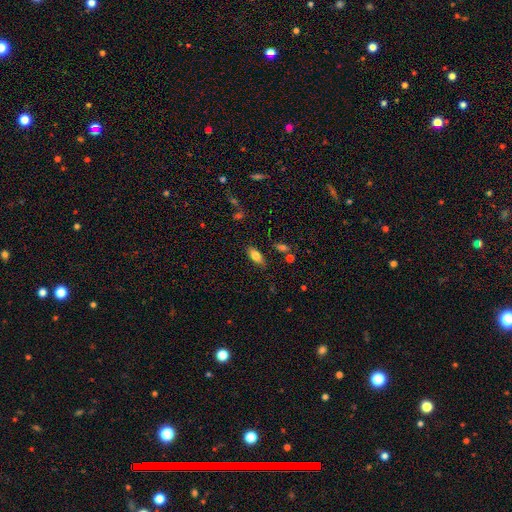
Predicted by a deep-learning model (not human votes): A smooth galaxy with no disk features (80%) that is in between round and cigar-shaped (86%).

Vote fractions:
- Smooth or featured? smooth: 80% / featured or disk: 12% / star or artifact: 8%
- How rounded? in between: 86% / cigar-shaped: 11% / round: 3%
- Merging? none: 79% / minor disturbance: 15% / major disturbance: 3% / merger: 2%